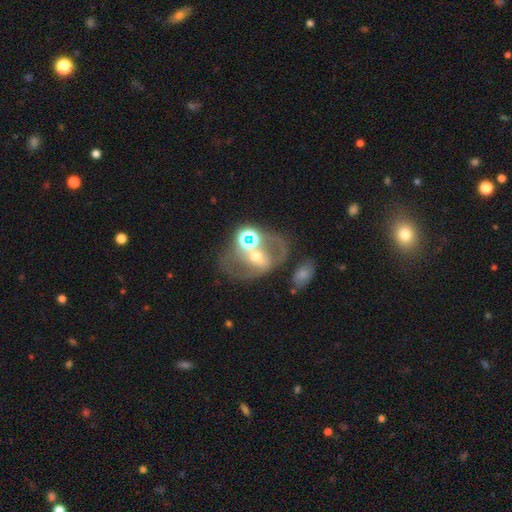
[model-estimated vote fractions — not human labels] The model was most divided on "spiral arms": no: 53%, yes: 47%. Remaining: edge-on disk — no (94%); smooth or featured — featured or disk (59%); bar — no (57%); bulge size — moderate (48%); merging — merger (47%).